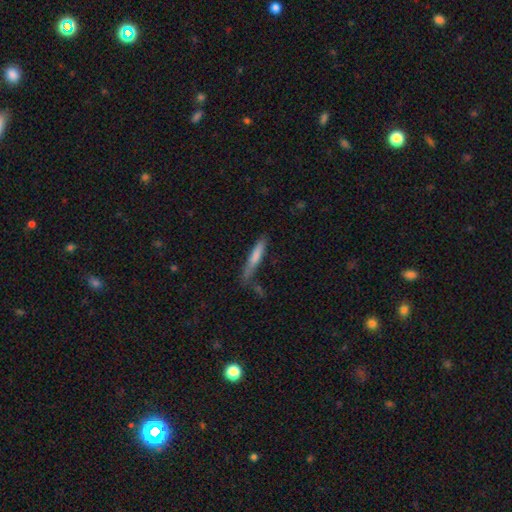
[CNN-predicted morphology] This appears to be a smooth galaxy with no disk features (72%) that is cigar-shaped (91%). Merging: none (64%).